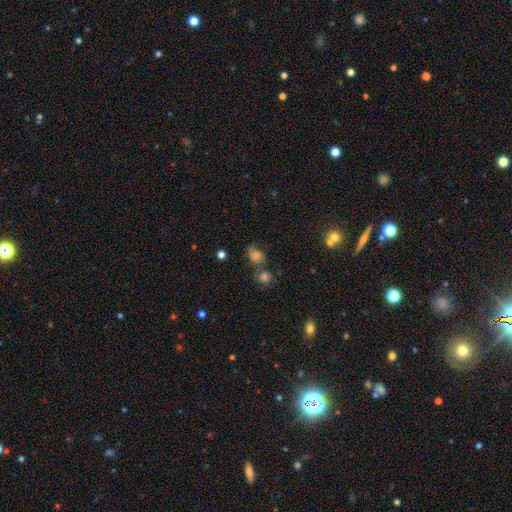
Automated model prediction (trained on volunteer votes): Smooth or featured: smooth — 65% (star or artifact — 18%)
How rounded: round — 54% (in between — 45%)
Merging: none — 49% (merger — 20%)